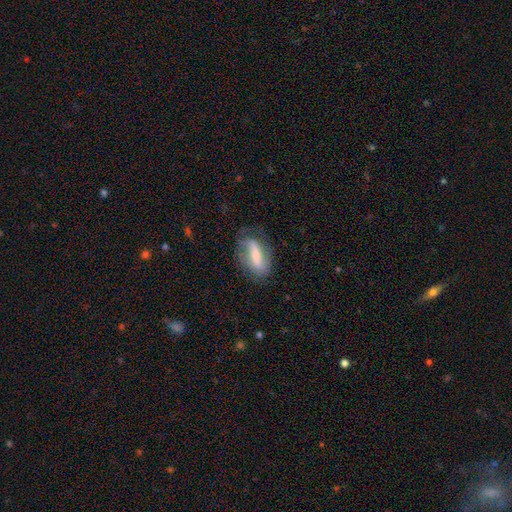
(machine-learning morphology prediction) Smooth or featured? featured or disk (54%)
Edge-on disk? no (85%)
Merging? none (64%)